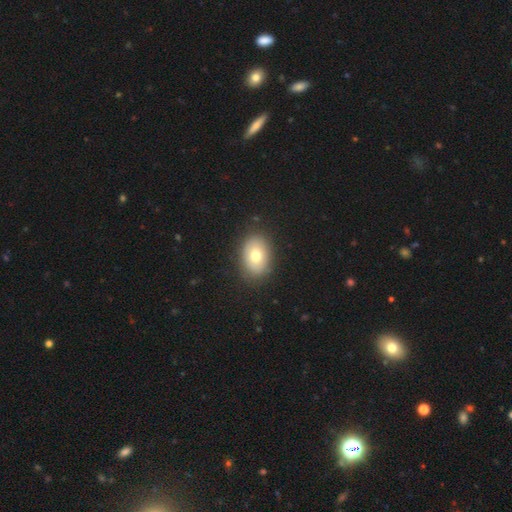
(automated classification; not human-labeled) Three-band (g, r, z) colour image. It shows a smooth galaxy with no disk features (74%) that is in between round and cigar-shaped (80%). Merging: none (87%).